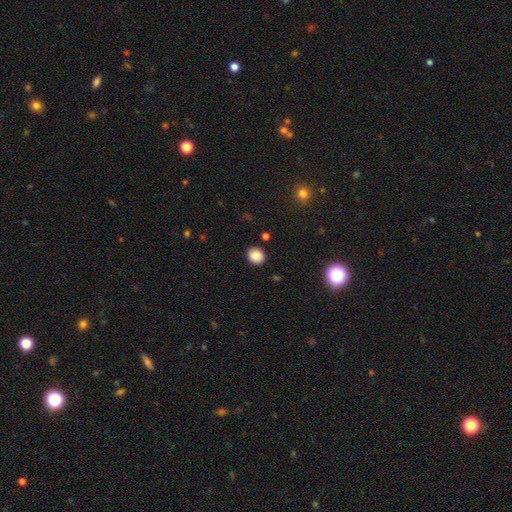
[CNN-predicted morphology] Smooth or featured: smooth — 87% (star or artifact — 10%)
How rounded: round — 77% (in between — 22%)
Merging: none — 88% (minor disturbance — 8%)